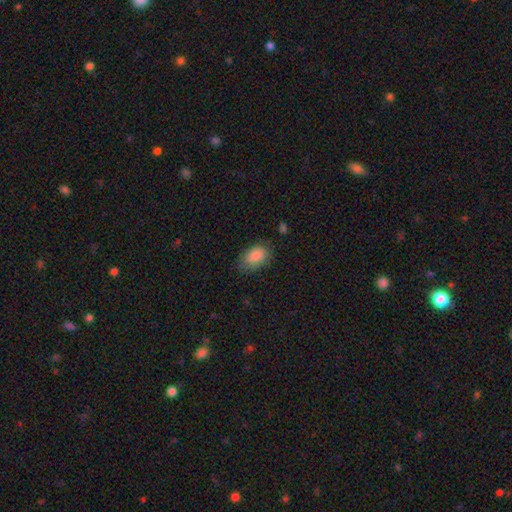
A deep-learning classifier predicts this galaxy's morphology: smooth 87%, star or artifact 7%, featured or disk 6%. Down the decision tree: how rounded — in between (89%); merging — none (68%).